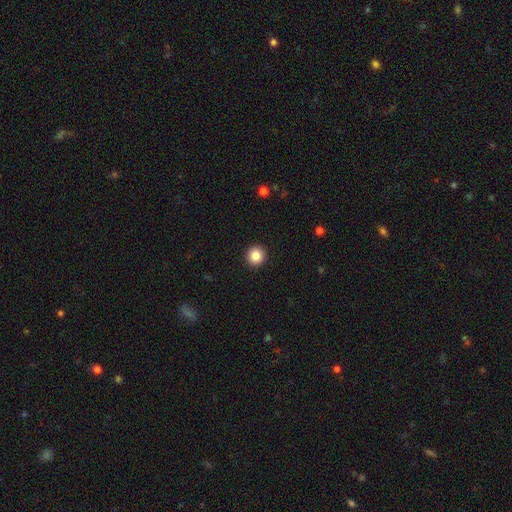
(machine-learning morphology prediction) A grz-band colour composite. It shows a smooth galaxy with no disk features (85%) that is round (94%). Merging: none (93%).